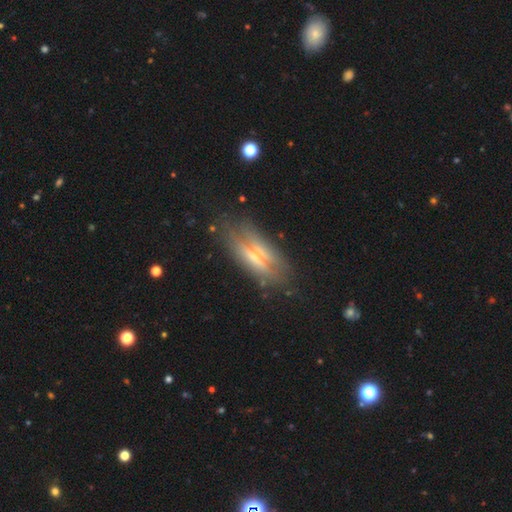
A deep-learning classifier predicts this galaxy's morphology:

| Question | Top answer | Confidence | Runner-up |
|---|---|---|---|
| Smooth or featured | featured or disk | 63% | smooth (29%) |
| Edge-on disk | yes | 77% | no (23%) |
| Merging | none | 69% | minor disturbance (20%) |